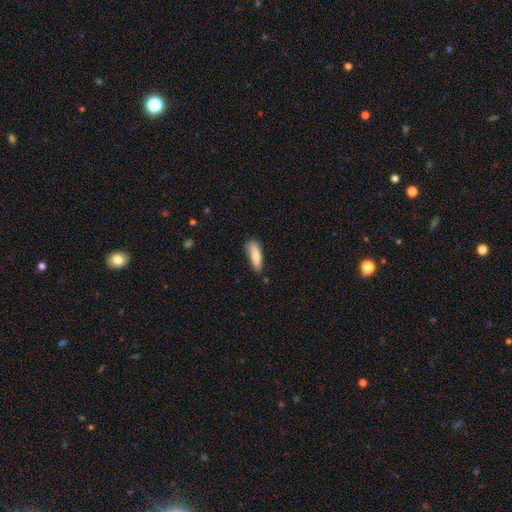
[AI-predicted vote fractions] Smooth or featured? Predicted: smooth (p=0.83). How rounded? Predicted: cigar-shaped (p=0.50). Merging? Predicted: none (p=0.64).